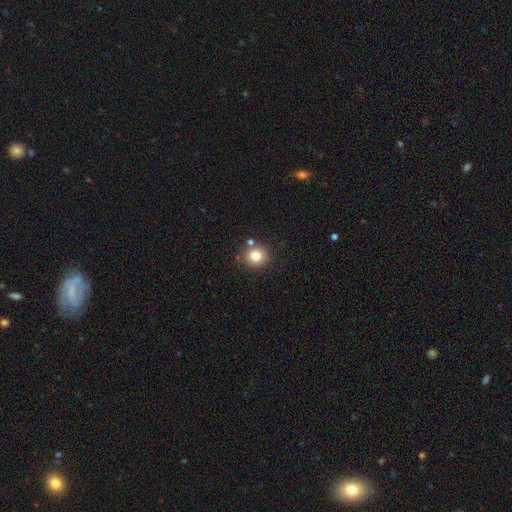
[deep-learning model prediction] This is clearly a smooth galaxy (80%). How rounded: clearly round (87%). Merging: likely none (78%).